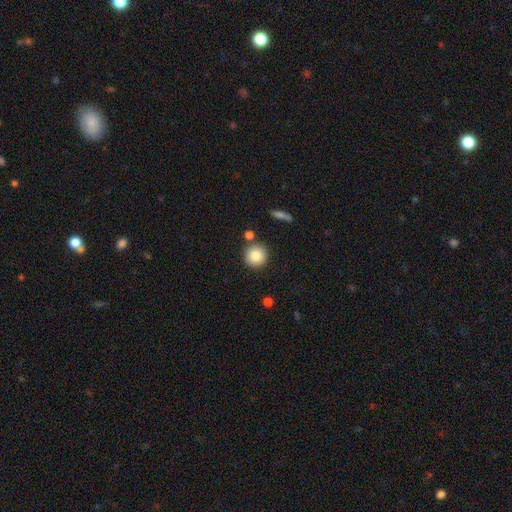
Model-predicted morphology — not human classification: This appears to be a smooth galaxy with no disk features (85%) that is round (94%). Merging: none (83%).